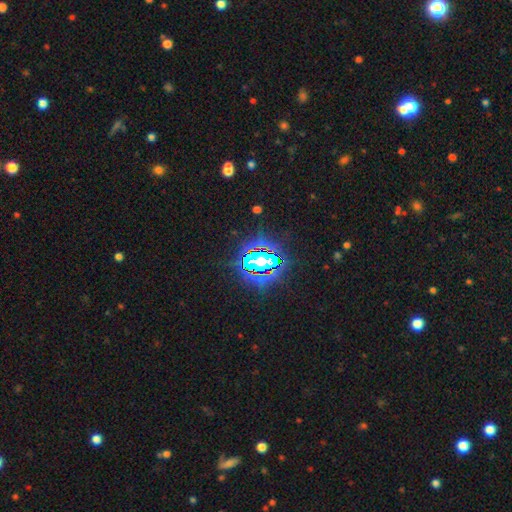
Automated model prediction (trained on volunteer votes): Smooth or featured? Predicted: star or artifact (p=0.74).